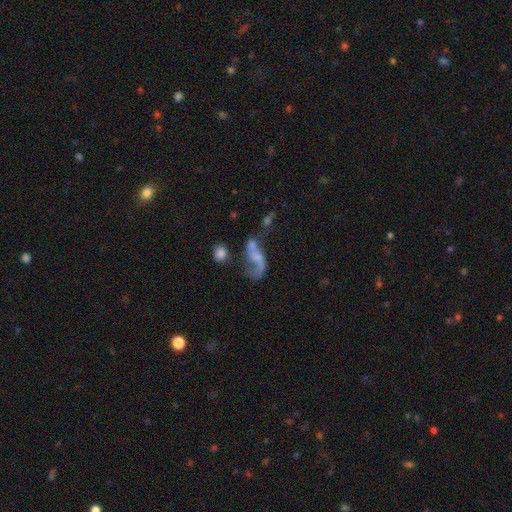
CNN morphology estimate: smooth_or_featured: featured or disk (p=0.64) [alt: smooth p=0.24]
disk_edge_on: no (p=0.94) [alt: yes p=0.06]
bar: no (p=0.62) [alt: weak p=0.29]
has_spiral_arms: yes (p=0.72) [alt: no p=0.28]
bulge_size: none (p=0.47) [alt: small p=0.34]
merging: major disturbance (p=0.30) [alt: merger p=0.28]